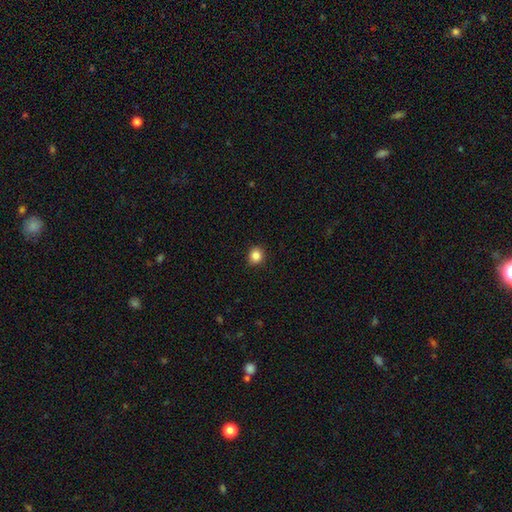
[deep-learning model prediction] smooth_or_featured: smooth (p=0.86) [alt: star or artifact p=0.10]
how_rounded: round (p=0.83) [alt: in between p=0.16]
merging: none (p=0.91) [alt: minor disturbance p=0.06]